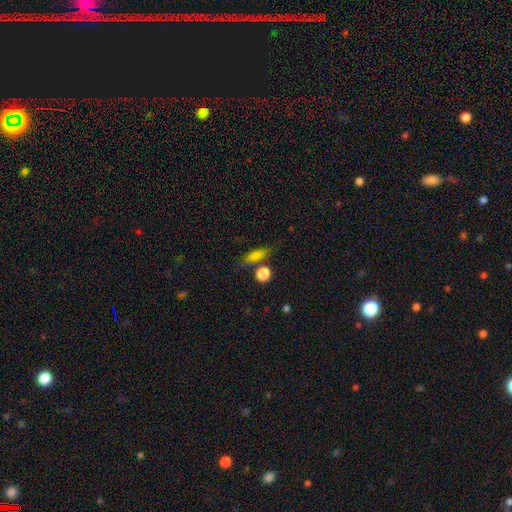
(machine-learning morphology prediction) Smooth or featured? Predicted: smooth (p=0.76). How rounded? Predicted: in between (p=0.49). Merging? Predicted: none (p=0.69).